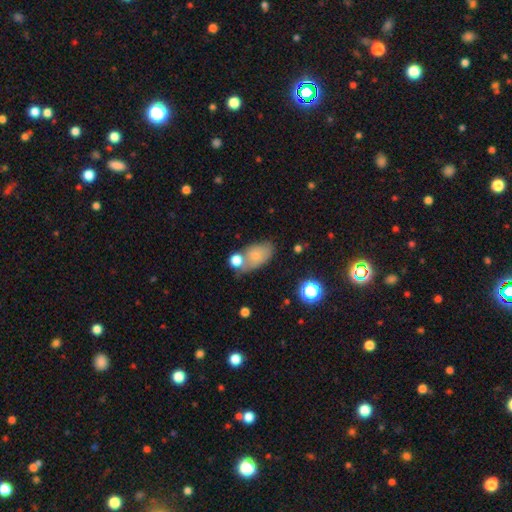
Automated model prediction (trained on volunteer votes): smooth_or_featured: smooth (p=0.70) [alt: featured or disk p=0.20]
how_rounded: in between (p=0.88) [alt: round p=0.10]
merging: none (p=0.46) [alt: merger p=0.23]